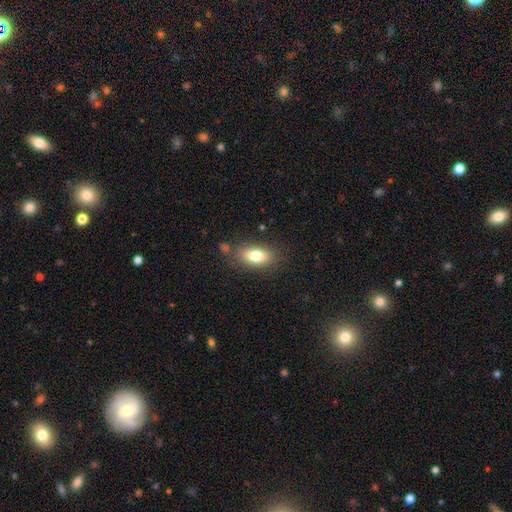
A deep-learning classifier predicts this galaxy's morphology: Smooth or featured?
  - smooth: 78% *
  - featured or disk: 14%
  - star or artifact: 8%
How rounded?
  - in between: 86% *
  - cigar-shaped: 7%
  - round: 6%
Merging?
  - none: 79% *
  - minor disturbance: 13%
  - major disturbance: 4%
  - merger: 4%